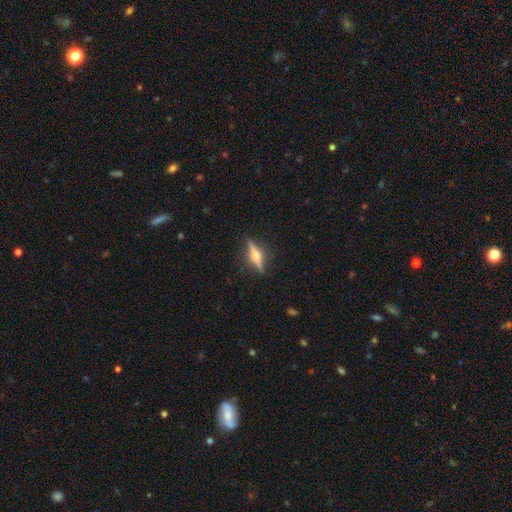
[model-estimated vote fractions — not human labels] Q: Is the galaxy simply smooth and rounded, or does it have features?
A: featured or disk — 73%.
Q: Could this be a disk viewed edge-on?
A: yes — 97%.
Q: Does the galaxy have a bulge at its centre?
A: rounded — 92%.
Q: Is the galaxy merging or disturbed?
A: none — 88%.